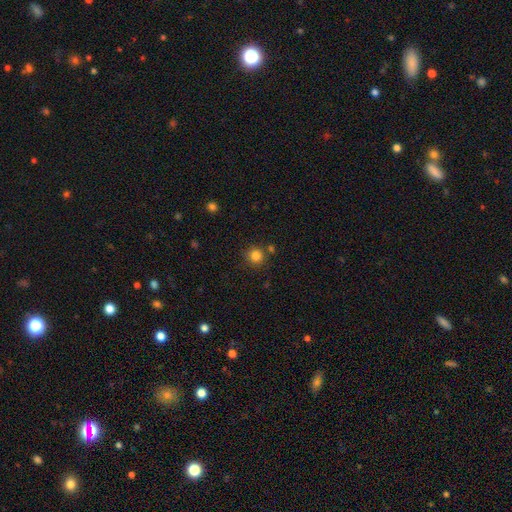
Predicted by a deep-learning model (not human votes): smooth 82%, star or artifact 12%, featured or disk 5%. Down the decision tree: how rounded — round (93%); merging — none (81%).